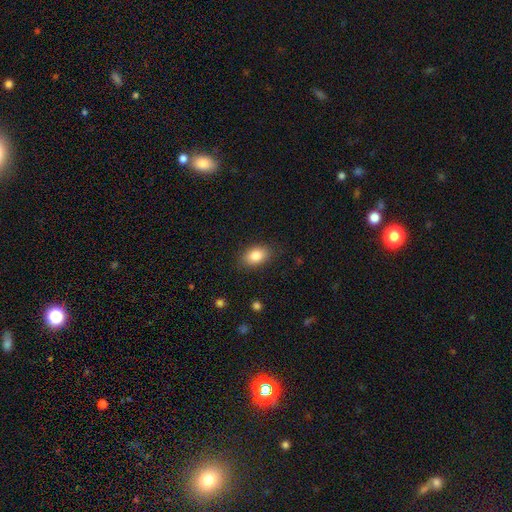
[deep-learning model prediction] This appears to be a smooth galaxy with no disk features (84%) that is in between round and cigar-shaped (86%). Merging: none (85%).